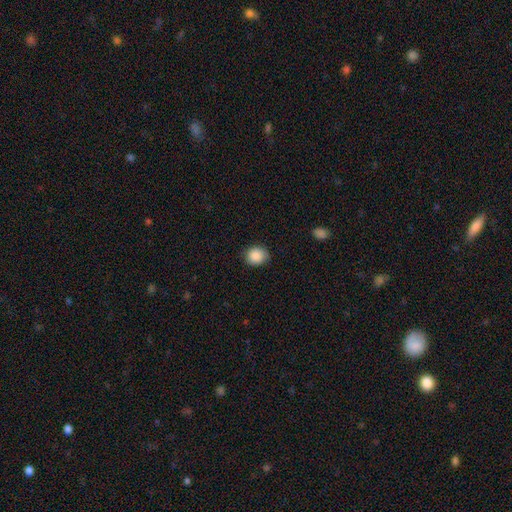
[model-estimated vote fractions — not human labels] Q: Smooth or featured?
A: smooth (88%); runner-up: star or artifact (8%)
Q: How rounded?
A: round (74%); runner-up: in between (25%)
Q: Merging?
A: none (81%); runner-up: minor disturbance (15%)